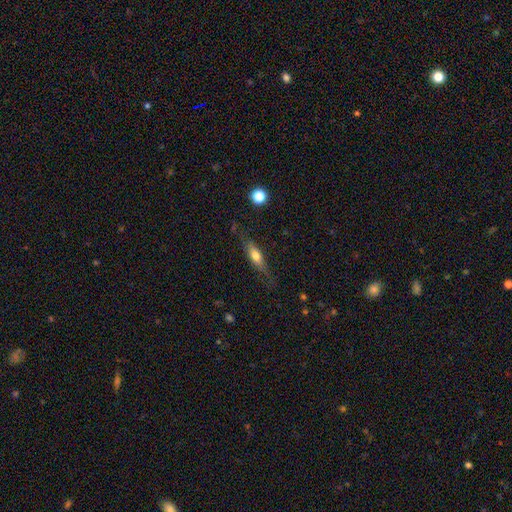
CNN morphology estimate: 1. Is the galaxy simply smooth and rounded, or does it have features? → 56% smooth, 37% featured or disk, 7% star or artifact.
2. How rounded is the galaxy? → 53% cigar-shaped, 43% in between, 4% round.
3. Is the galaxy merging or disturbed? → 70% none, 21% minor disturbance, 8% major disturbance, 2% merger.